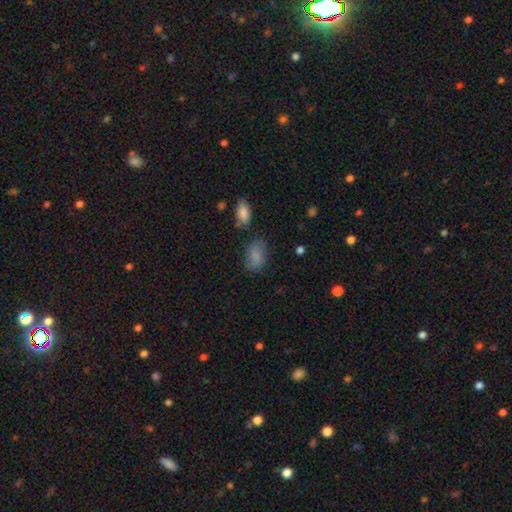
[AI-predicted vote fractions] Q: Smooth or featured?
A: smooth (79%); runner-up: featured or disk (11%)
Q: How rounded?
A: in between (87%); runner-up: round (11%)
Q: Merging?
A: none (63%); runner-up: minor disturbance (24%)